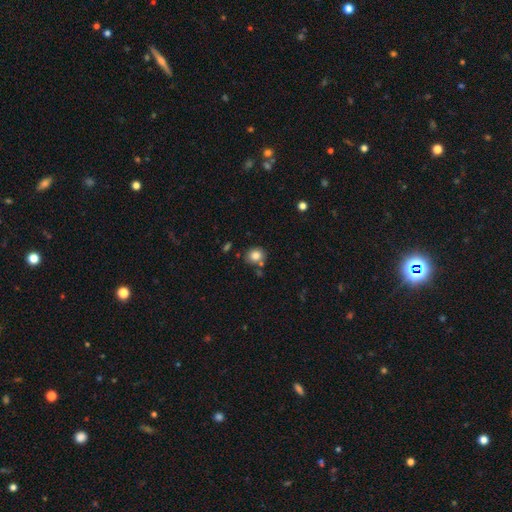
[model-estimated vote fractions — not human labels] smooth_or_featured: smooth (p=0.83) [alt: star or artifact p=0.10]
how_rounded: round (p=0.70) [alt: in between p=0.29]
merging: none (p=0.73) [alt: minor disturbance p=0.13]